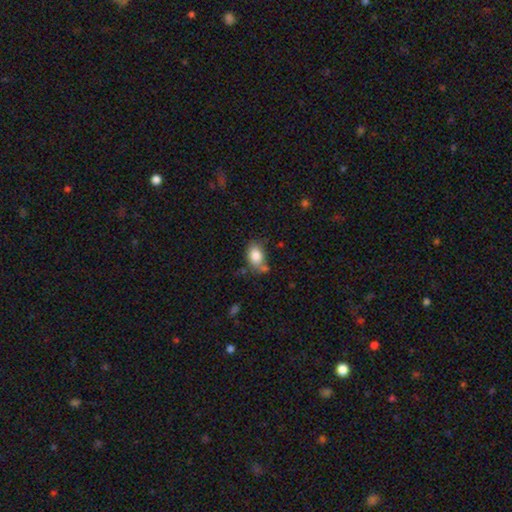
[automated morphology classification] Smooth or featured?
  - smooth: 85% *
  - star or artifact: 8%
  - featured or disk: 7%
How rounded?
  - in between: 81% *
  - round: 18%
  - cigar-shaped: 1%
Merging?
  - none: 58% *
  - minor disturbance: 23%
  - merger: 12%
  - major disturbance: 7%